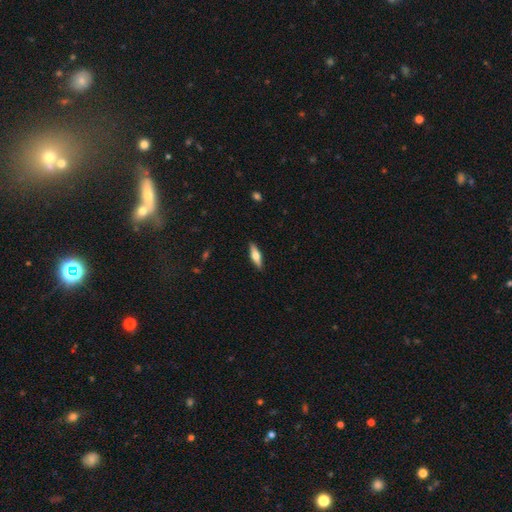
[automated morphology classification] The model was most divided on "smooth or featured": smooth: 52%, featured or disk: 43%, star or artifact: 6%. More confident: merging — none (90%); how rounded — cigar-shaped (56%).